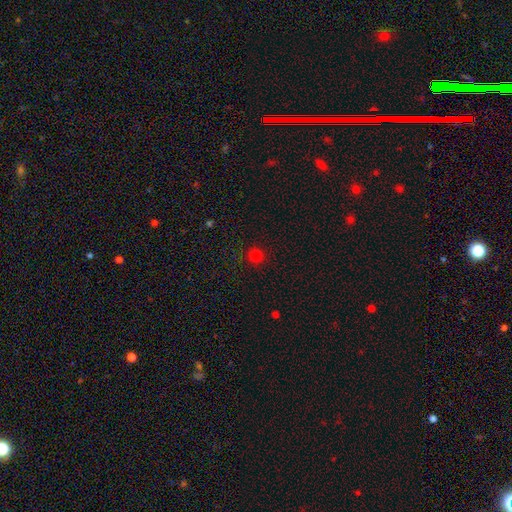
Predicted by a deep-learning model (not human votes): Smooth or featured? smooth (78%)
How rounded? round (95%)
Merging? none (91%)